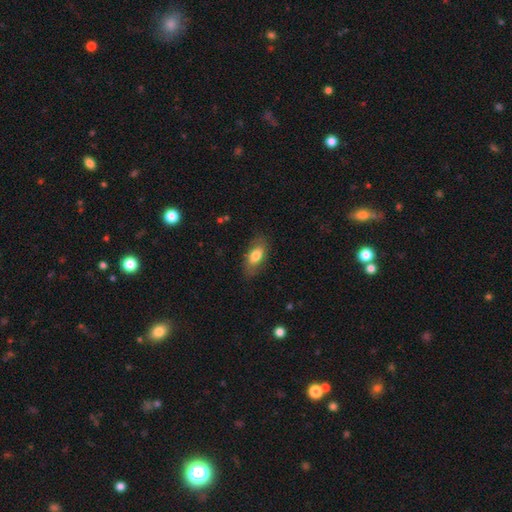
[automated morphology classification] smooth_or_featured: smooth (p=0.74) [alt: featured or disk p=0.19]
how_rounded: in between (p=0.87) [alt: cigar-shaped p=0.09]
merging: none (p=0.79) [alt: minor disturbance p=0.15]